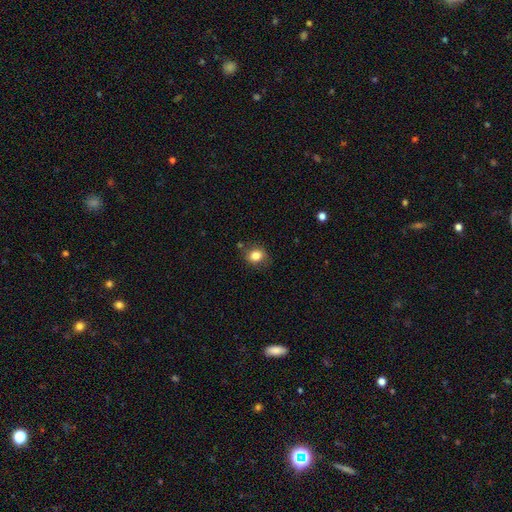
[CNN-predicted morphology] The model was most divided on "how rounded": round: 58%, in between: 41%, cigar-shaped: 1%. More confident: smooth or featured — smooth (83%); merging — none (77%).